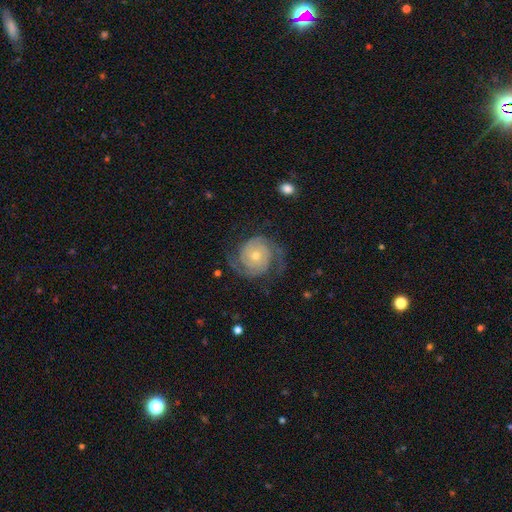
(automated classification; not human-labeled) Smooth or featured?
  - featured or disk: 88% *
  - smooth: 7%
  - star or artifact: 5%
Edge-on disk?
  - no: 98% *
  - yes: 2%
Bar?
  - no: 77% *
  - weak: 18%
  - strong: 5%
Spiral arms?
  - yes: 98% *
  - no: 2%
Spiral winding?
  - tight: 49% *
  - medium: 39%
  - loose: 12%
Spiral arm count?
  - 2: 82% *
  - 3: 7%
  - can't tell: 5%
  - 1: 2%
  - 4: 2%
  - more than 4: 2%
Bulge size?
  - small: 61% *
  - moderate: 35%
  - large: 2%
  - none: 1%
  - dominant: 1%
Merging?
  - none: 74% *
  - minor disturbance: 15%
  - major disturbance: 10%
  - merger: 1%